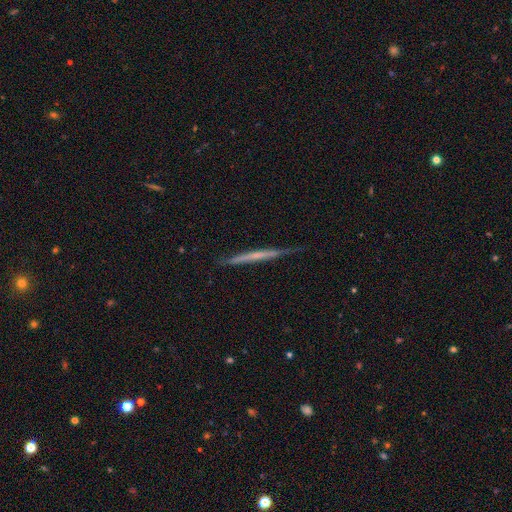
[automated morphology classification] smooth-or-featured: featured or disk: 57% | smooth: 37% | star or artifact: 6%
  disk-edge-on: yes: 97% | no: 3%
    edge-on-bulge: none: 85% | rounded: 11% | boxy: 4%
  merging: none: 82% | minor disturbance: 14% | major disturbance: 2% | merger: 1%